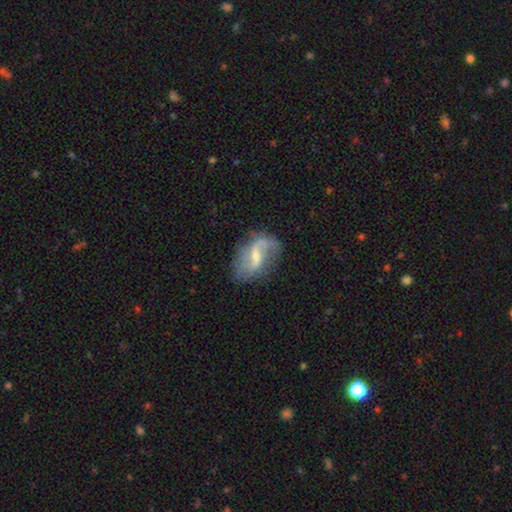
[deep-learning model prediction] This appears to be a featured or disk galaxy (79%) with a weak bar (56%), 2 (78%) loose (71%) spiral arms (90%) and a small central bulge (52%). Merging: none (60%).